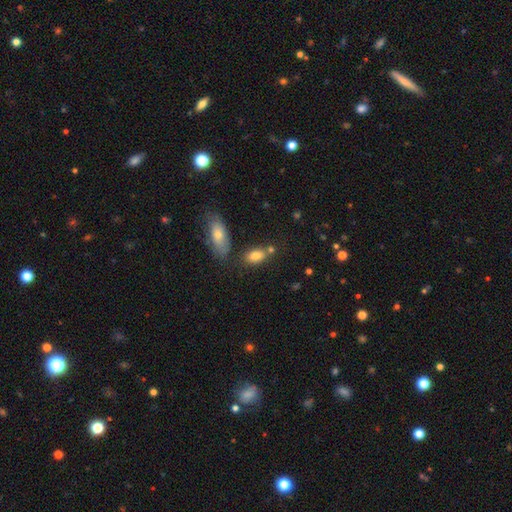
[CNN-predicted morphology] Smooth or featured? smooth (80%)
How rounded? in between (86%)
Merging? none (59%)